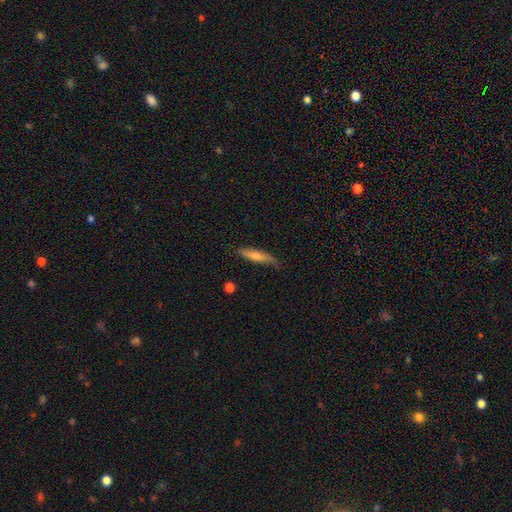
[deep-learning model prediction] The model was most divided on "smooth or featured": smooth: 59%, featured or disk: 34%, star or artifact: 6%. More confident: how rounded — cigar-shaped (84%); merging — none (71%).